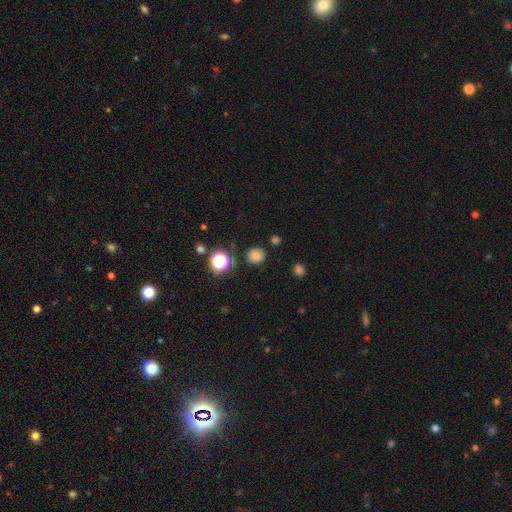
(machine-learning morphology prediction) A smooth galaxy with no disk features (77%) that is round (81%). Merging: none (83%).